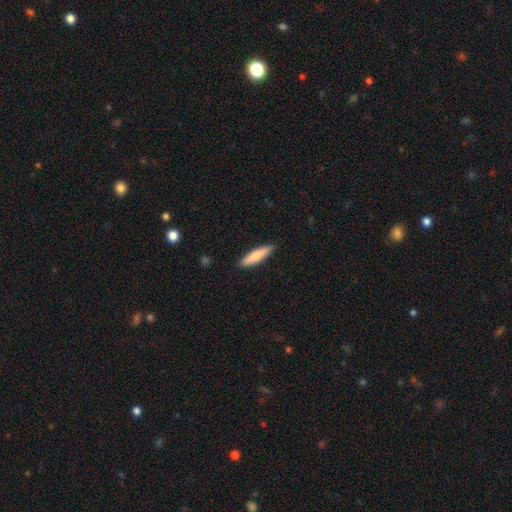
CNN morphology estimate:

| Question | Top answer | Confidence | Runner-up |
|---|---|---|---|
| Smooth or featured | smooth | 75% | featured or disk (19%) |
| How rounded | cigar-shaped | 78% | in between (20%) |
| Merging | none | 90% | minor disturbance (8%) |